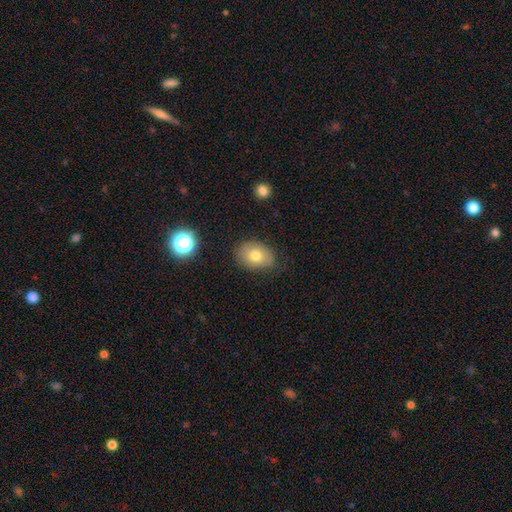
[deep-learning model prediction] Smooth or featured?
  - smooth: 74% *
  - featured or disk: 16%
  - star or artifact: 10%
How rounded?
  - in between: 71% *
  - round: 28%
  - cigar-shaped: 1%
Merging?
  - none: 77% *
  - minor disturbance: 17%
  - major disturbance: 4%
  - merger: 2%